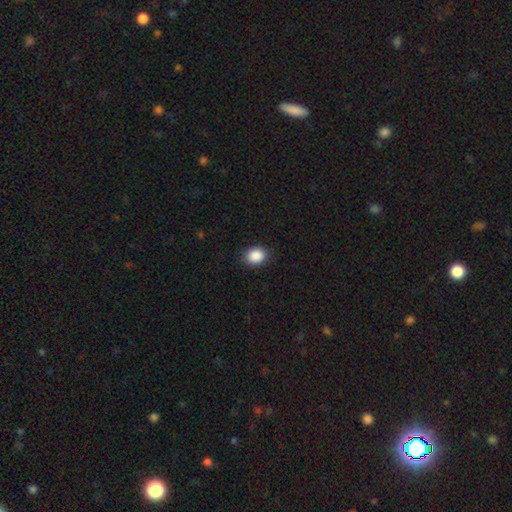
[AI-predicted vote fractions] The model was most divided on "how rounded": in between: 57%, round: 42%, cigar-shaped: 1%. More confident: smooth or featured — smooth (89%); merging — none (88%).